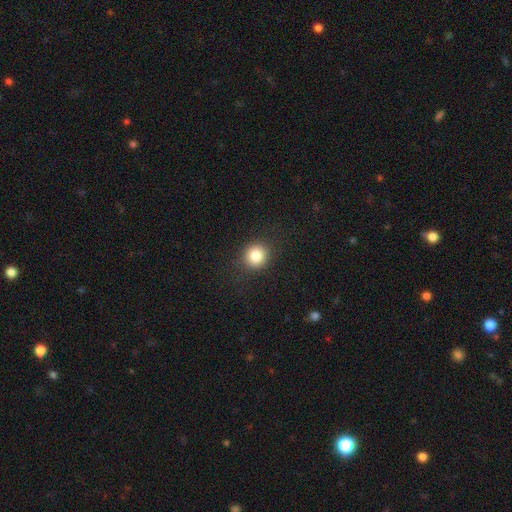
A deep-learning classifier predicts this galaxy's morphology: smooth 84%, star or artifact 10%, featured or disk 5%. Down the decision tree: how rounded — round (86%); merging — none (88%).